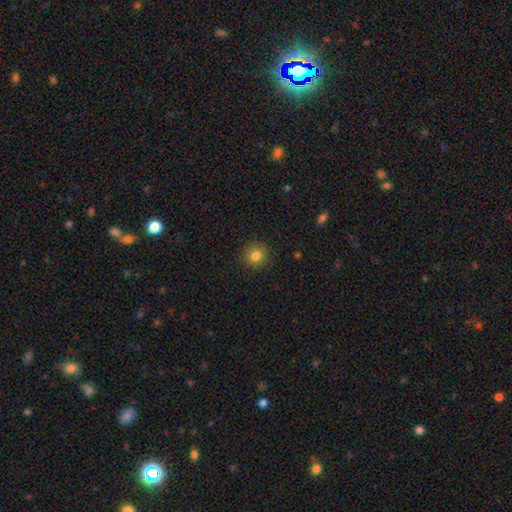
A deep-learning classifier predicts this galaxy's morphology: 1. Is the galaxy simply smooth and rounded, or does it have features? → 81% smooth, 11% star or artifact, 8% featured or disk.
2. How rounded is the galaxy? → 90% round, 9% in between, 1% cigar-shaped.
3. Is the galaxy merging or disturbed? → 90% none, 7% minor disturbance, 2% major disturbance, 1% merger.